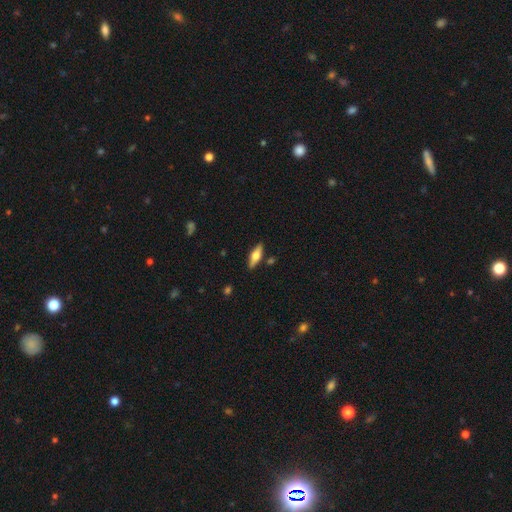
A featured or disk galaxy (69%) viewed edge-on (93%) with a rounded central bulge (88%).

Vote fractions:
- Smooth or featured? featured or disk: 69% / smooth: 31% / star or artifact: 0%
- Edge-on disk? yes: 93% / no: 7%
- Edge-on bulge? rounded: 88% / boxy: 12% / none: 0%
- Merging? none: 79% / minor disturbance: 10% / merger: 8% / major disturbance: 3%